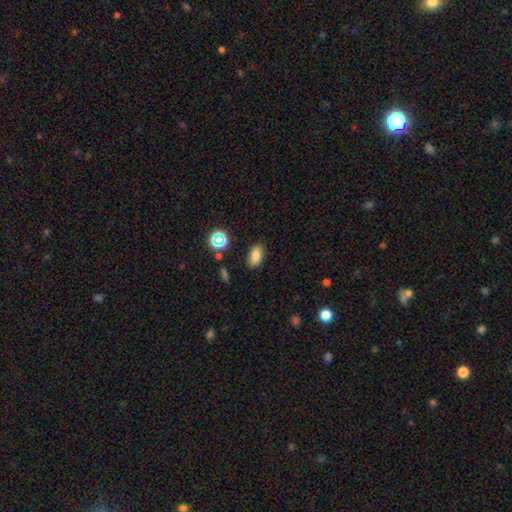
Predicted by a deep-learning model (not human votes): Smooth or featured? smooth (79%)
How rounded? in between (88%)
Merging? none (83%)